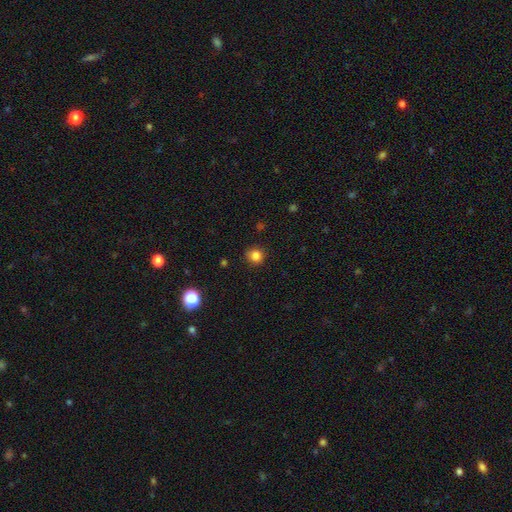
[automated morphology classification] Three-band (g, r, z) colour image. It shows a smooth galaxy with no disk features (83%) that is round (89%). Merging: none (88%).